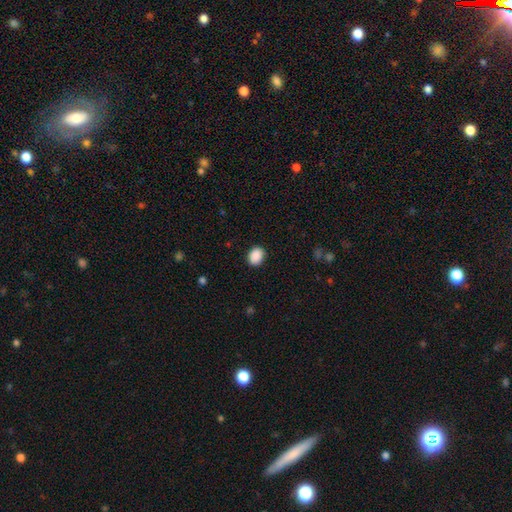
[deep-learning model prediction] Q: Smooth or featured?
A: smooth (90%); runner-up: star or artifact (8%)
Q: How rounded?
A: in between (57%); runner-up: round (42%)
Q: Merging?
A: none (87%); runner-up: minor disturbance (9%)